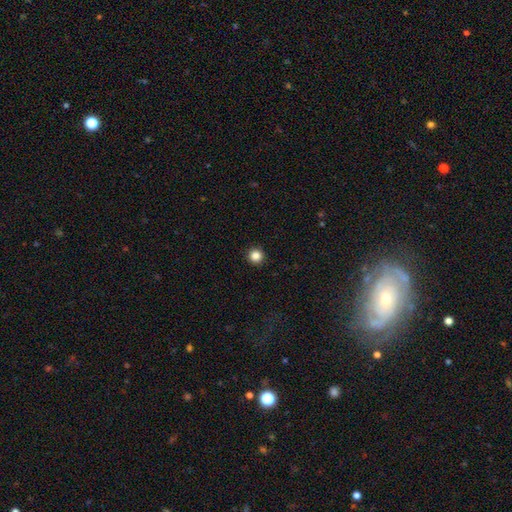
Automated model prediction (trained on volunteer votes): A smooth galaxy with no disk features (85%) that is round (96%).

Vote fractions:
- Smooth or featured? smooth: 85% / star or artifact: 11% / featured or disk: 4%
- How rounded? round: 96% / in between: 4% / cigar-shaped: 1%
- Merging? none: 94% / minor disturbance: 4% / major disturbance: 1% / merger: 1%